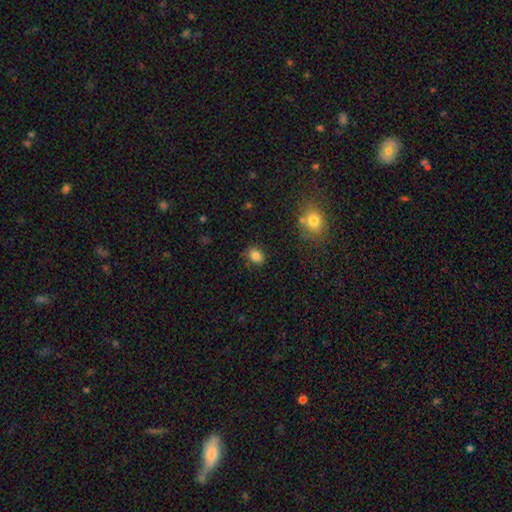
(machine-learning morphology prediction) The model was most divided on "how rounded": in between: 59%, round: 40%, cigar-shaped: 1%. More confident: smooth or featured — smooth (84%); merging — none (82%).